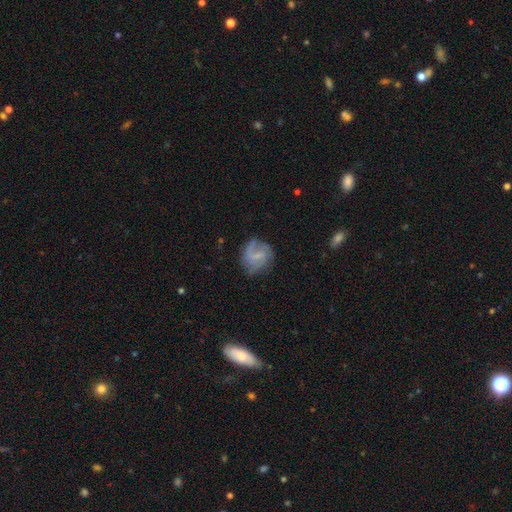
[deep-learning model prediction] Morphology: type=featured or disk (63%); edge-on=no (98%); bar=weak (55%); spiral arms=yes (85%); winding=medium (42%); arm count=2 (54%); bulge=small (46%); merging=none (65%).